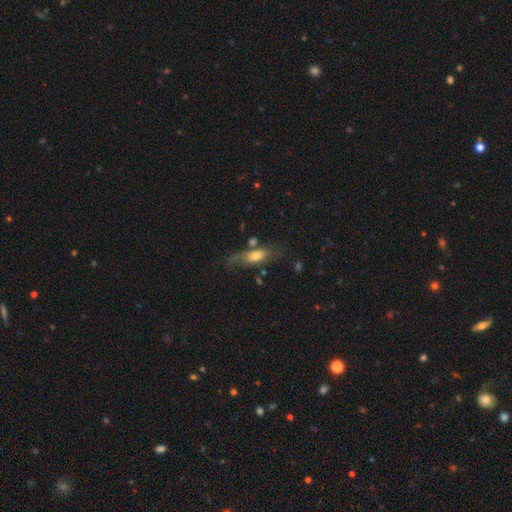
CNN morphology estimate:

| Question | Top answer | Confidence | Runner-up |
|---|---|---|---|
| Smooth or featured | smooth | 55% | featured or disk (38%) |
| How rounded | in between | 74% | cigar-shaped (21%) |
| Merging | none | 49% | minor disturbance (24%) |